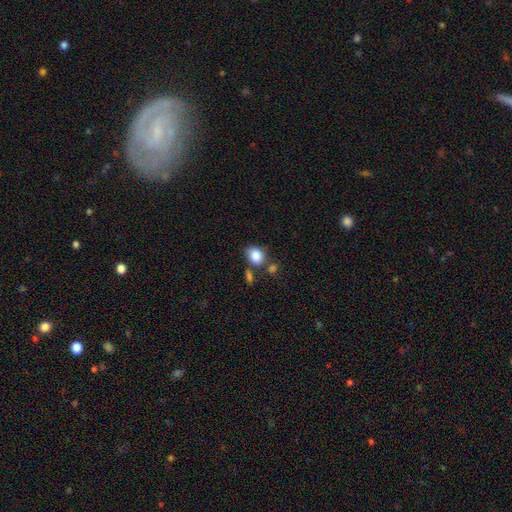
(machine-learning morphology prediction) The model was most divided on "how rounded": round: 50%, in between: 49%, cigar-shaped: 1%. More confident: smooth or featured — smooth (86%); merging — none (62%).